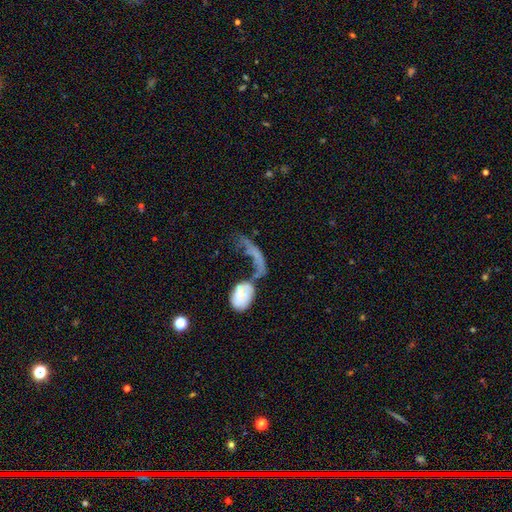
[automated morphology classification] A smooth galaxy with no disk features (44%).

Vote fractions:
- Smooth or featured? smooth: 44% / featured or disk: 41% / star or artifact: 15%
- Merging? merger: 40% / major disturbance: 34% / none: 16% / minor disturbance: 10%